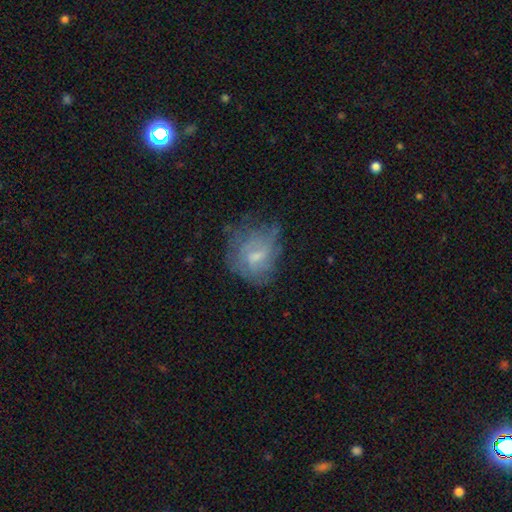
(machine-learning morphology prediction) This is possibly a featured or disk galaxy (52%). It is clearly not viewed edge-on (97%). Bar: possibly weak (50%). Spiral arm pattern: possibly yes (55%). Central bulge: marginally small (42%). Merging: possibly none (51%).